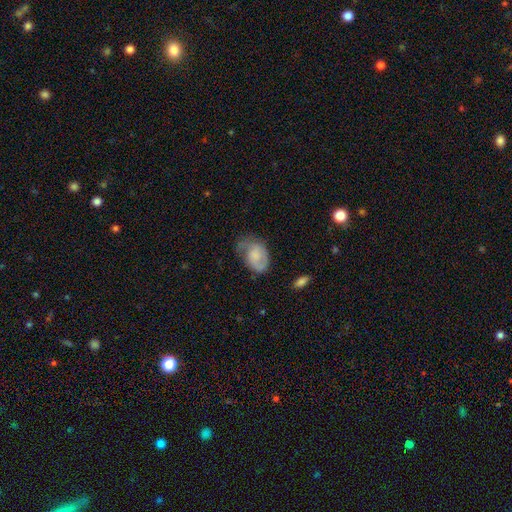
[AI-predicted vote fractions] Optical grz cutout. It shows a smooth galaxy with no disk features (53%) that is in between round and cigar-shaped (79%). Merging: none (41%).